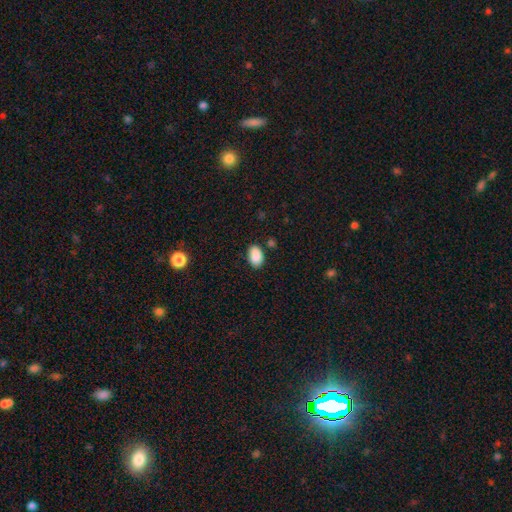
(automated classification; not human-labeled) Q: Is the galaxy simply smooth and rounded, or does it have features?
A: smooth — 89%.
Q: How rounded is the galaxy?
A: in between — 89%.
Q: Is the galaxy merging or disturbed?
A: none — 82%.